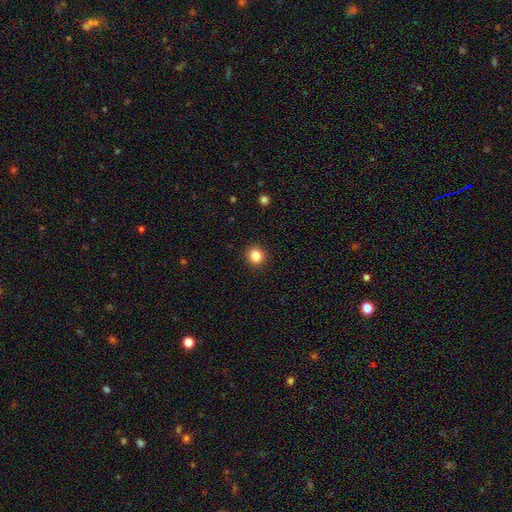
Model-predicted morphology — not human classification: Smooth or featured? smooth (84%)
How rounded? round (90%)
Merging? none (92%)